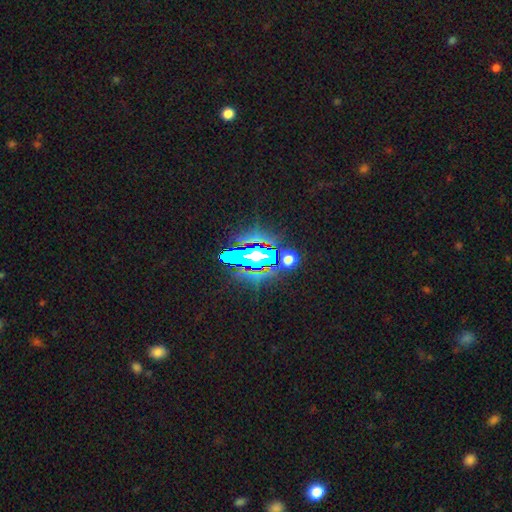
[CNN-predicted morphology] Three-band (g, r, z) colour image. It shows a star or artifact, not a galaxy (61%).